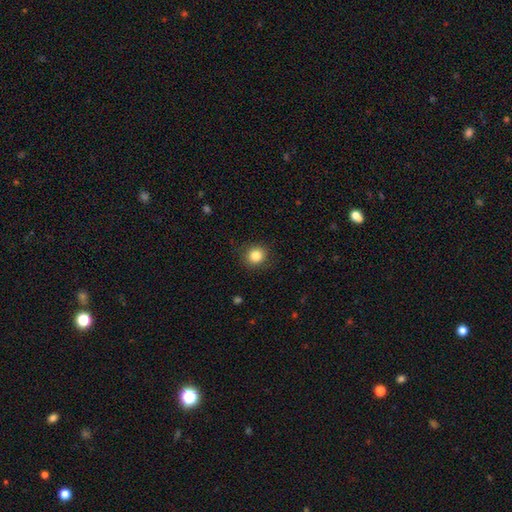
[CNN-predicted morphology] This is clearly a smooth galaxy (84%). How rounded: clearly round (86%). Merging: clearly none (87%).